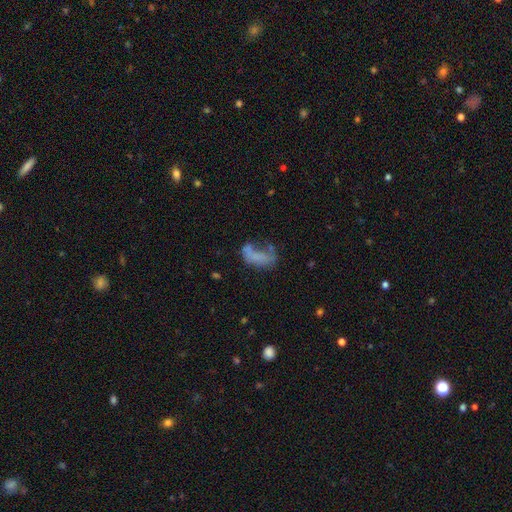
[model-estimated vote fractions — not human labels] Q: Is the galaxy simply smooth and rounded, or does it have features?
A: smooth — 52%.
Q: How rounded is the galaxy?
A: in between — 86%.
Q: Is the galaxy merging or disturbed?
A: major disturbance — 39%.